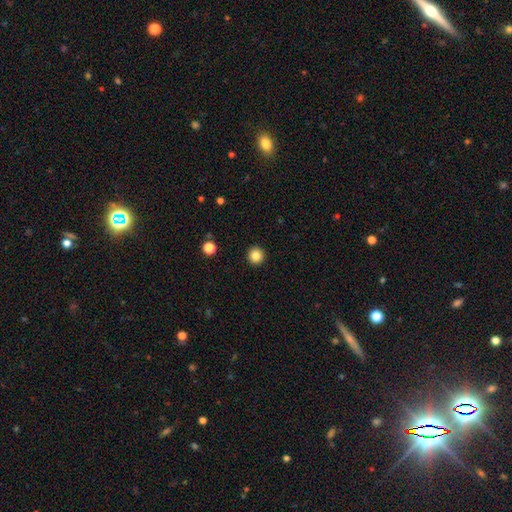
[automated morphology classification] The model was most divided on "smooth or featured": smooth: 84%, star or artifact: 11%, featured or disk: 5%. More confident: how rounded — round (95%); merging — none (93%).